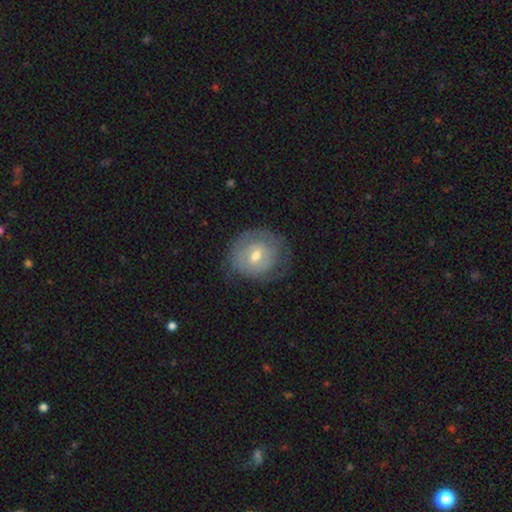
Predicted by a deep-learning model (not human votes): featured or disk 58%, smooth 36%, star or artifact 7%. Down the decision tree: edge-on disk — no (96%); bar — no (47%); spiral arms — yes (56%); bulge size — moderate (62%); merging — none (66%).